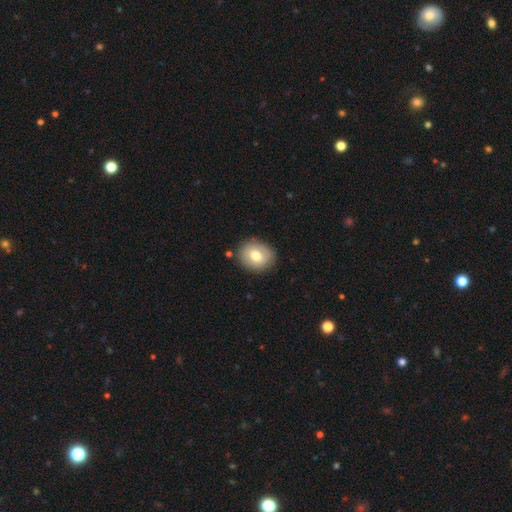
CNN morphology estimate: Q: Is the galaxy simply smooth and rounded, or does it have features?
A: smooth — 72%.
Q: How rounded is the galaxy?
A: round — 63%.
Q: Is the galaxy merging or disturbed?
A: none — 85%.